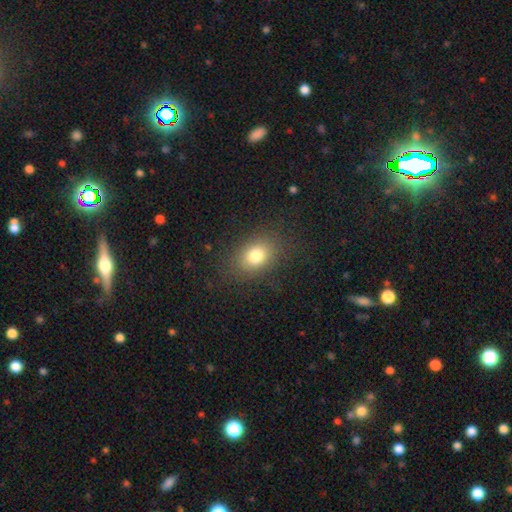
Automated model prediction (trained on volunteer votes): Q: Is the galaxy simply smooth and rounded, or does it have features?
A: smooth — 78%.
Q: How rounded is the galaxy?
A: in between — 68%.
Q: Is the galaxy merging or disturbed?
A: none — 83%.